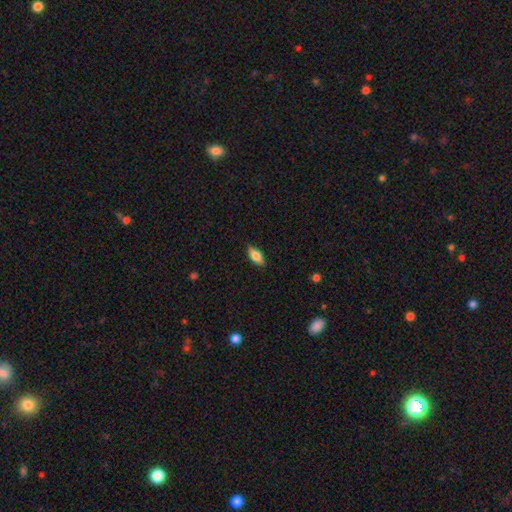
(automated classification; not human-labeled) This appears to be a smooth galaxy with no disk features (68%) that is in between round and cigar-shaped (76%). Merging: none (87%).